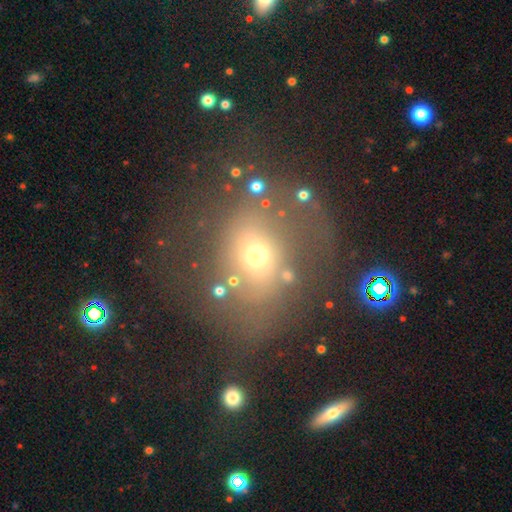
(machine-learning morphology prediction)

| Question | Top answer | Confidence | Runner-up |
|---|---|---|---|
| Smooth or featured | smooth | 53% | featured or disk (26%) |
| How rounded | round | 64% | in between (34%) |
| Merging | none | 58% | major disturbance (19%) |